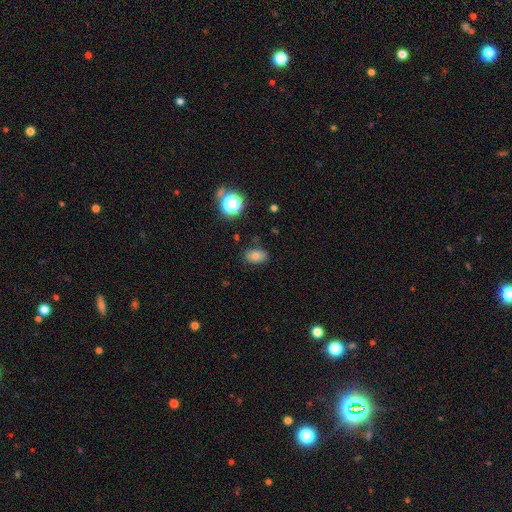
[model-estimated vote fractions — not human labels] The model was most divided on "smooth or featured": smooth: 72%, star or artifact: 15%, featured or disk: 13%. More confident: how rounded — in between (83%); merging — none (80%).